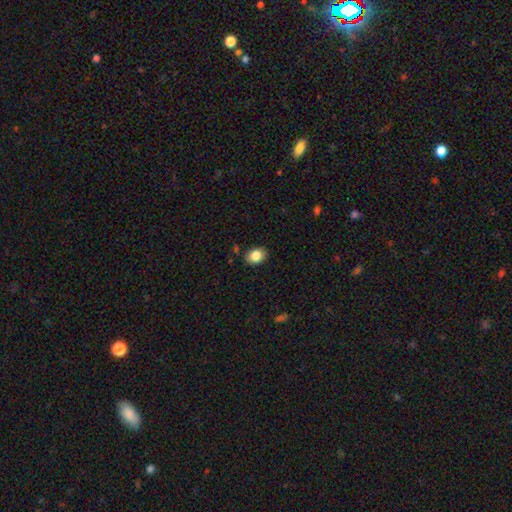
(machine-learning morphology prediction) Smooth or featured: smooth — 85% (star or artifact — 9%)
How rounded: in between — 68% (round — 31%)
Merging: none — 85% (minor disturbance — 11%)